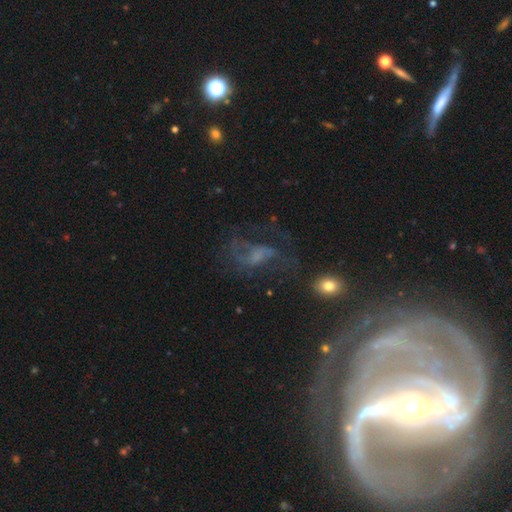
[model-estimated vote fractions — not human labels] featured or disk 62%, star or artifact 19%, smooth 19%. Down the decision tree: edge-on disk — no (96%); bar — no (52%); spiral arms — yes (73%); bulge size — none (45%); merging — none (42%).